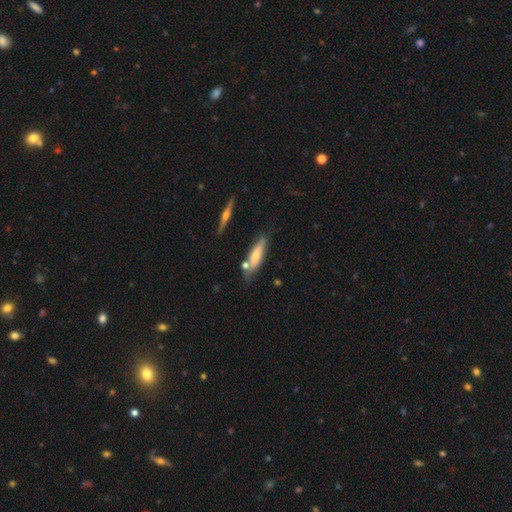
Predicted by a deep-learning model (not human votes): The model was most divided on "smooth or featured": smooth: 57%, featured or disk: 37%, star or artifact: 7%. More confident: merging — none (62%); how rounded — cigar-shaped (61%).